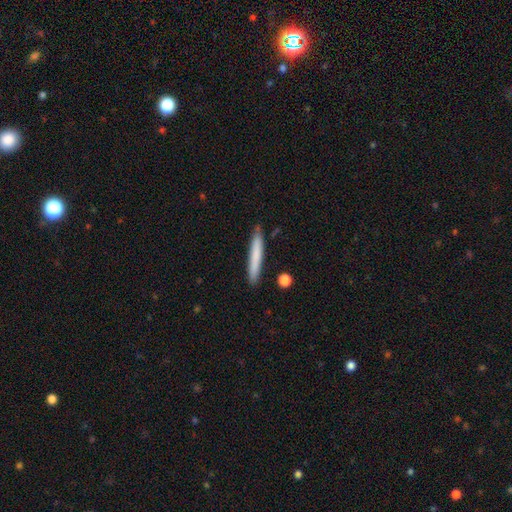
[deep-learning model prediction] Q: Smooth or featured?
A: smooth (74%); runner-up: featured or disk (20%)
Q: How rounded?
A: cigar-shaped (96%); runner-up: in between (3%)
Q: Merging?
A: none (86%); runner-up: minor disturbance (10%)